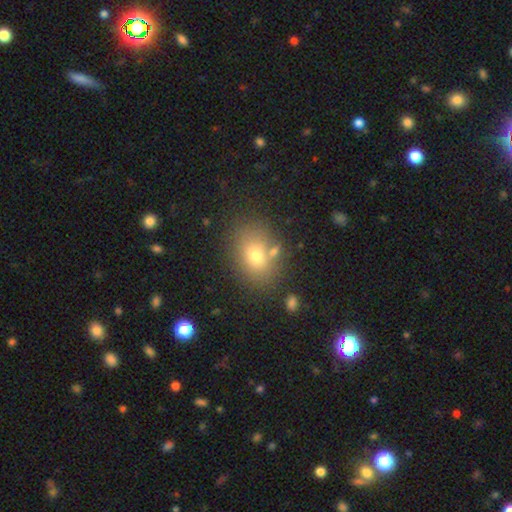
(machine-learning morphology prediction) Q: Smooth or featured?
A: smooth (72%); runner-up: featured or disk (15%)
Q: How rounded?
A: in between (67%); runner-up: round (32%)
Q: Merging?
A: none (72%); runner-up: minor disturbance (13%)